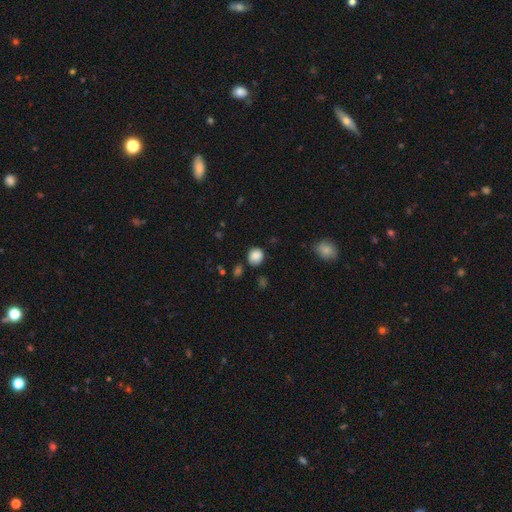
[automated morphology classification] smooth 85%, star or artifact 10%, featured or disk 6%. Down the decision tree: how rounded — round (74%); merging — none (71%).